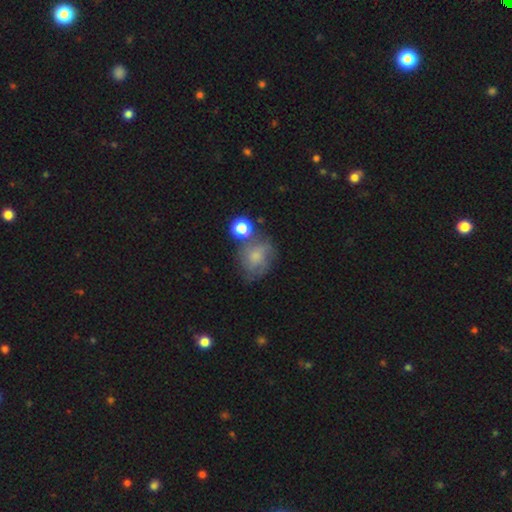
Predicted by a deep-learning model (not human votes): Overall: smooth (49%; featured or disk 39%). Merging: none (50%; minor disturbance 23%).